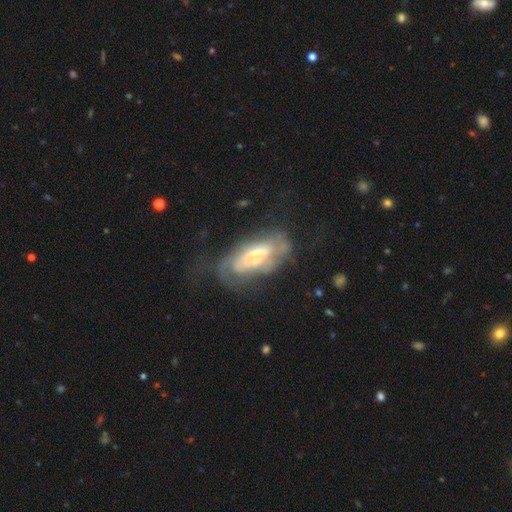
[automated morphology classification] The model was most divided on "bulge size": moderate: 34%, large: 30%, small: 20%, none: 11%, dominant: 5%. Remaining: edge-on disk — no (86%); spiral arms — yes (66%); smooth or featured — featured or disk (61%); bar — no (50%); merging — none (38%).